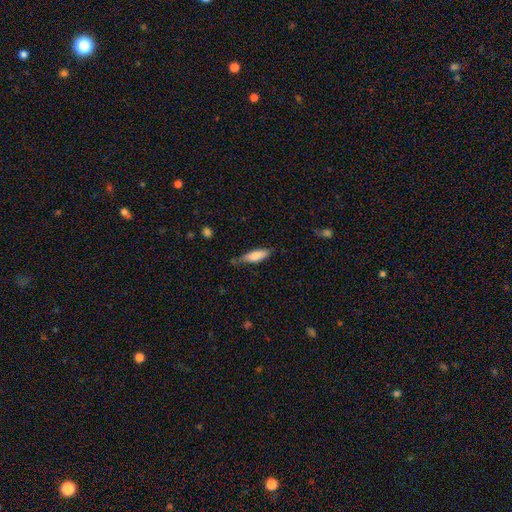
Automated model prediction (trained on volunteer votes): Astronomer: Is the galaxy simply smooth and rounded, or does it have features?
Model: smooth — 79%.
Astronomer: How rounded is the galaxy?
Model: cigar-shaped — 50% (runner-up: in between, 48%).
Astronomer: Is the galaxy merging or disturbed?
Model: none — 60%.